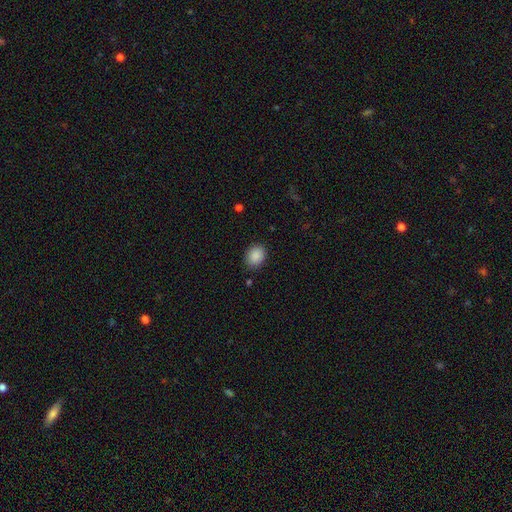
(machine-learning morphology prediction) Smooth or featured? smooth (89%)
How rounded? in between (52%)
Merging? none (85%)